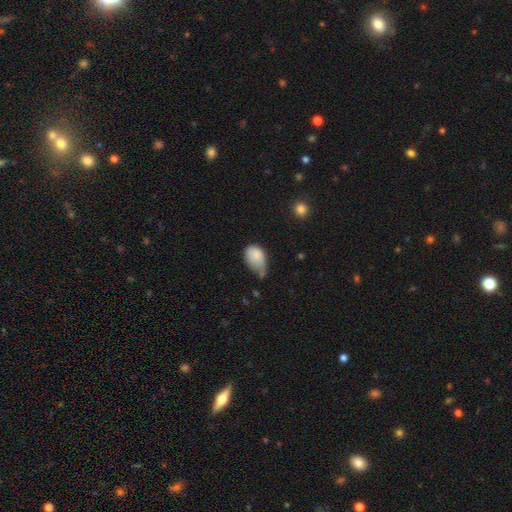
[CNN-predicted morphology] Smooth or featured? smooth (82%)
How rounded? in between (82%)
Merging? minor disturbance (47%)